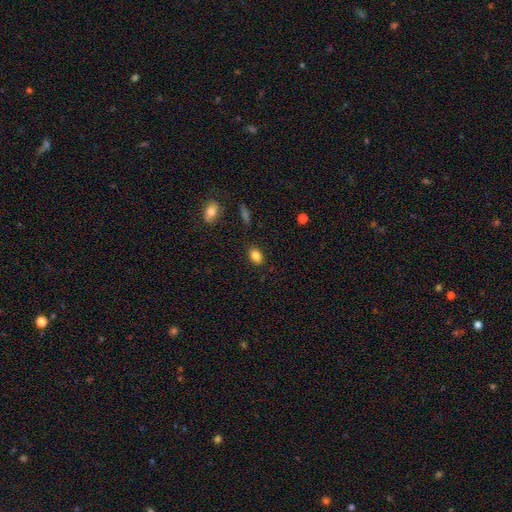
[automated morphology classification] This is clearly a smooth galaxy (84%). How rounded: likely in between (79%). Merging: clearly none (87%).